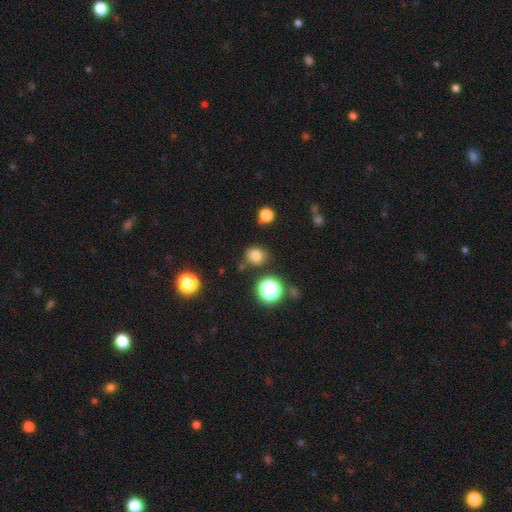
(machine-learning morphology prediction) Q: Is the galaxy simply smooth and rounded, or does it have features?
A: smooth — 78%.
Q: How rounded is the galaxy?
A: round — 76%.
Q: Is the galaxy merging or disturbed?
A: none — 78%.